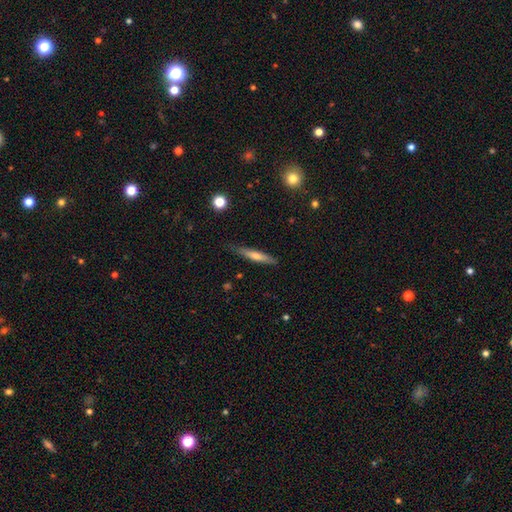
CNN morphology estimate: featured or disk 50%, smooth 43%, star or artifact 7%. Down the decision tree: merging — none (82%).